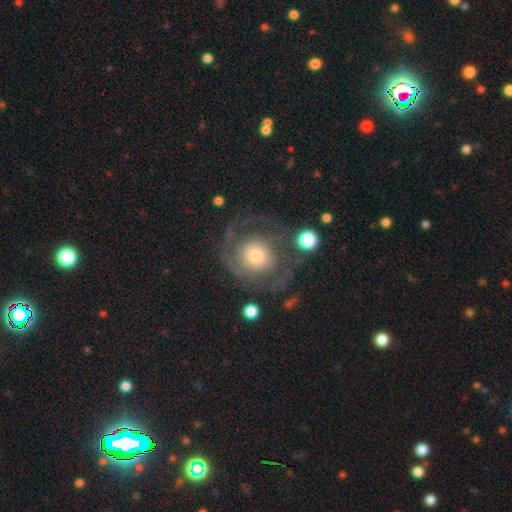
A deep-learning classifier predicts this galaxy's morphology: Smooth or featured? Predicted: featured or disk (p=0.75). Edge-on disk? Predicted: no (p=0.97). Bar? Predicted: no (p=0.81). Spiral arms? Predicted: yes (p=0.87). Spiral winding? Predicted: tight (p=0.52). Spiral arm count? Predicted: 2 (p=0.37). Bulge size? Predicted: moderate (p=0.54). Merging? Predicted: none (p=0.60).